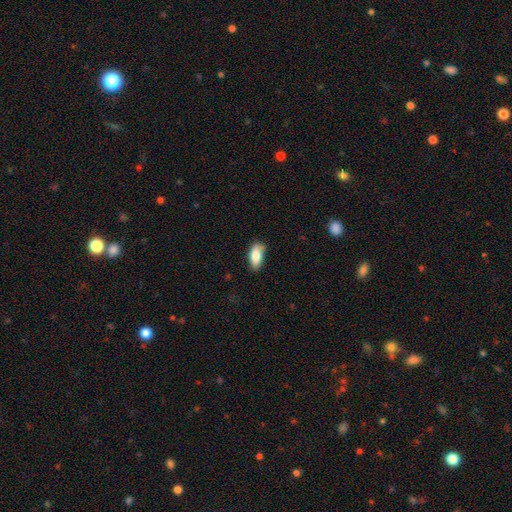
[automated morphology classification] Smooth or featured?
  - smooth: 79% *
  - featured or disk: 14%
  - star or artifact: 7%
How rounded?
  - in between: 87% *
  - cigar-shaped: 11%
  - round: 3%
Merging?
  - none: 68% *
  - minor disturbance: 24%
  - major disturbance: 5%
  - merger: 3%